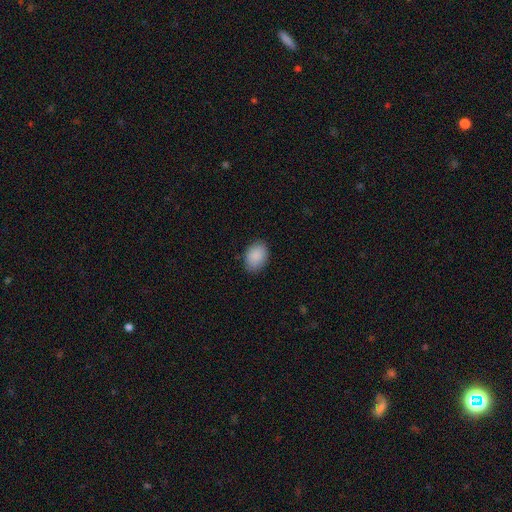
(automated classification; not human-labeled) This appears to be a smooth galaxy with no disk features (90%) that is in between round and cigar-shaped (78%). Merging: none (85%).